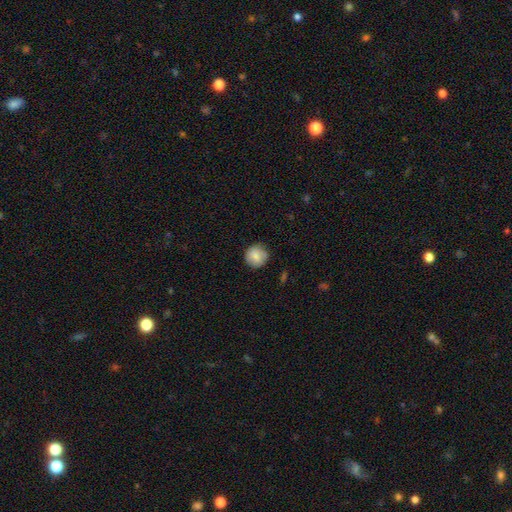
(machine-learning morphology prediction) A smooth galaxy with no disk features (83%) that is round (92%). Merging: none (84%).